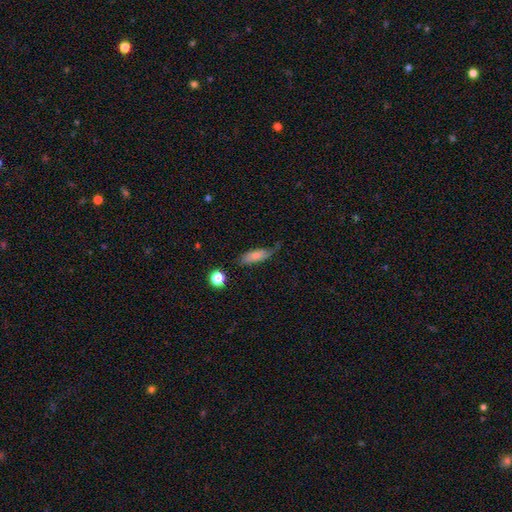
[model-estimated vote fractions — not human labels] Smooth or featured?
  - smooth: 69% *
  - featured or disk: 23%
  - star or artifact: 8%
How rounded?
  - in between: 64% *
  - cigar-shaped: 32%
  - round: 4%
Merging?
  - none: 47% *
  - minor disturbance: 33%
  - major disturbance: 17%
  - merger: 4%